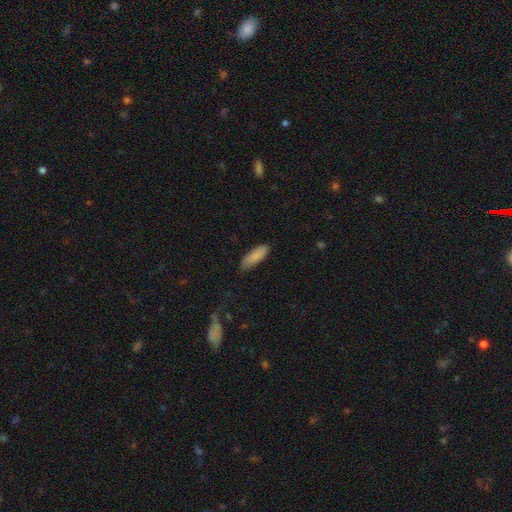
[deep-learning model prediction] Morphology: type=smooth (87%); roundness=in between (63%); merging=none (78%).